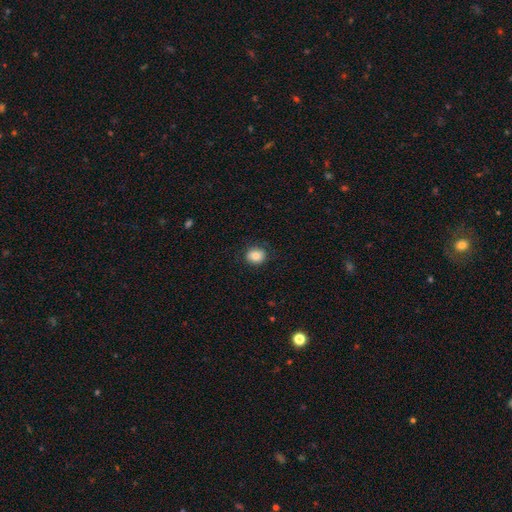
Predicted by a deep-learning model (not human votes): Overall: smooth (85%). How rounded: round (64%; in between 35%). Merging: none (81%).